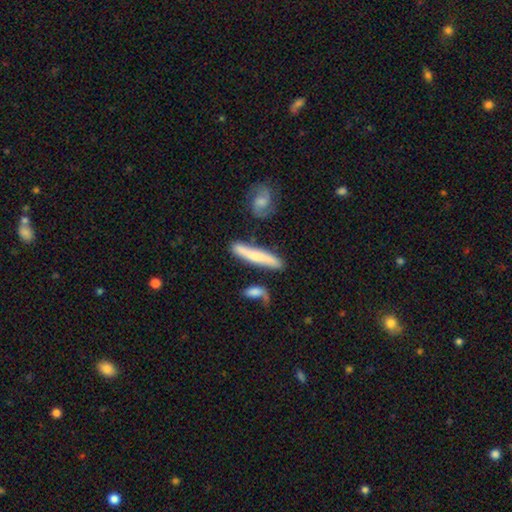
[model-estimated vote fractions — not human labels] smooth 55%, featured or disk 39%, star or artifact 6%. Down the decision tree: how rounded — cigar-shaped (90%); merging — none (72%).